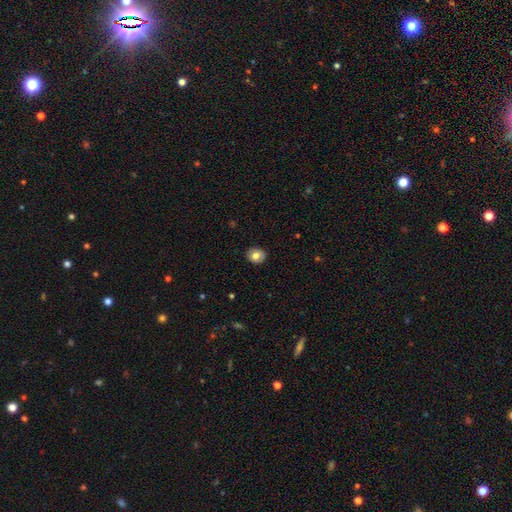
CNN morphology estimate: smooth-or-featured: smooth: 74% | featured or disk: 18% | star or artifact: 8%
  how-rounded: round: 69% | in between: 30% | cigar-shaped: 1%
  merging: none: 89% | minor disturbance: 8% | major disturbance: 2% | merger: 1%